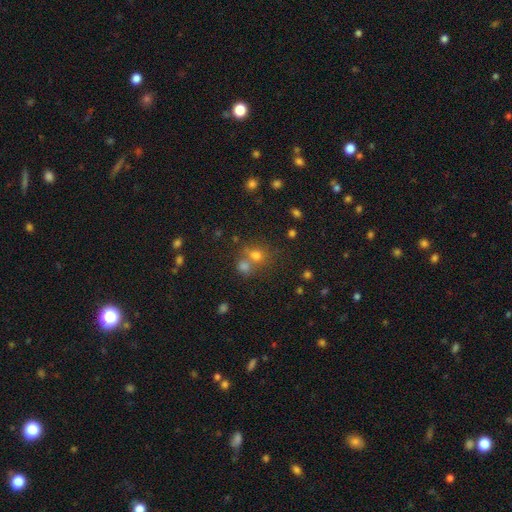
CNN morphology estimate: Overall: smooth (65%). How rounded: round (73%). Merging: none (48%; merger 40%).